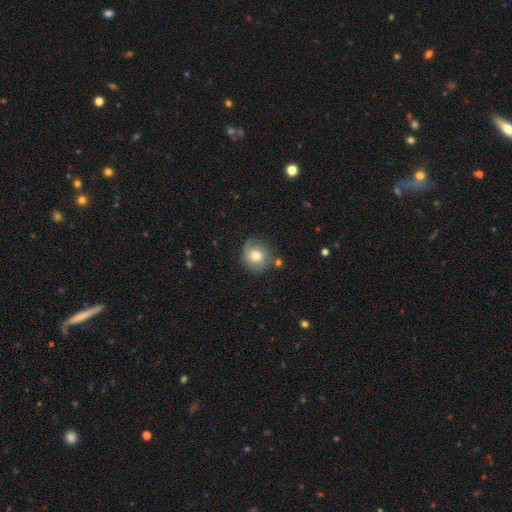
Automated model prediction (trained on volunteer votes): Q: Smooth or featured?
A: smooth (68%); runner-up: featured or disk (24%)
Q: How rounded?
A: round (79%); runner-up: in between (20%)
Q: Merging?
A: none (67%); runner-up: minor disturbance (22%)